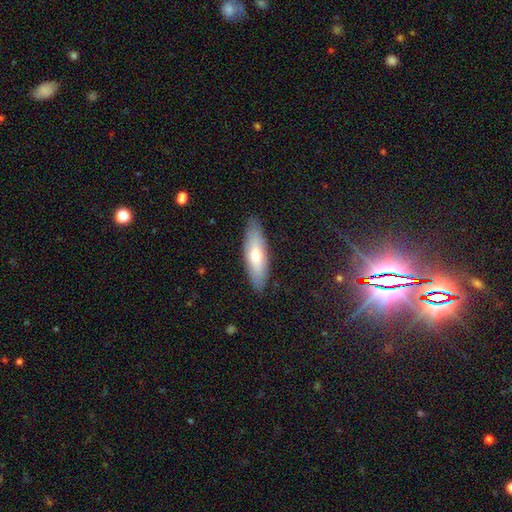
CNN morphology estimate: smooth_or_featured: smooth (p=0.65) [alt: featured or disk p=0.29]
how_rounded: cigar-shaped (p=0.52) [alt: in between p=0.47]
merging: none (p=0.87) [alt: minor disturbance p=0.10]